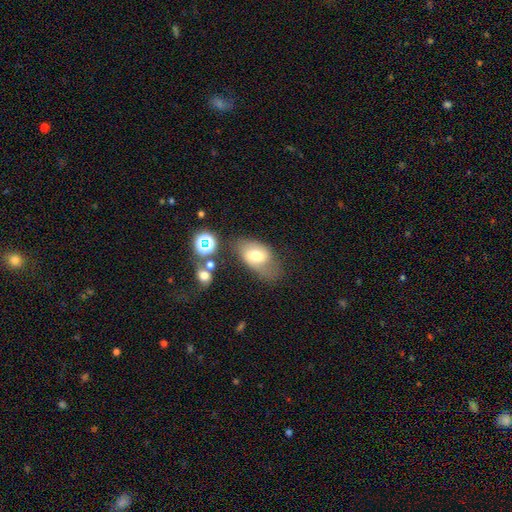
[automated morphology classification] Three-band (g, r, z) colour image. It shows a smooth galaxy with no disk features (57%) that is in between round and cigar-shaped (87%). Merging: none (51%).